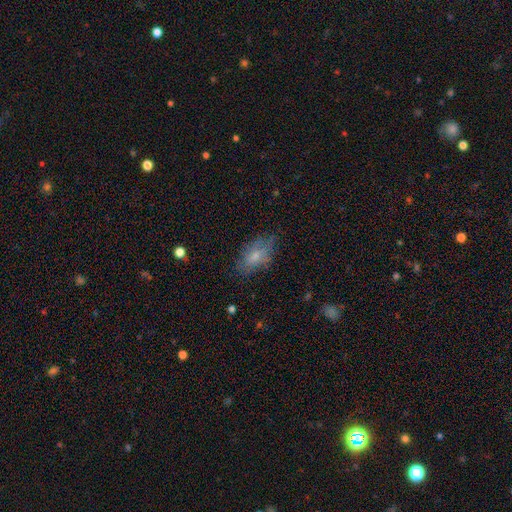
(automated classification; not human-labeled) This appears to be a smooth galaxy with no disk features (67%) that is in between round and cigar-shaped (89%). Merging: none (64%).